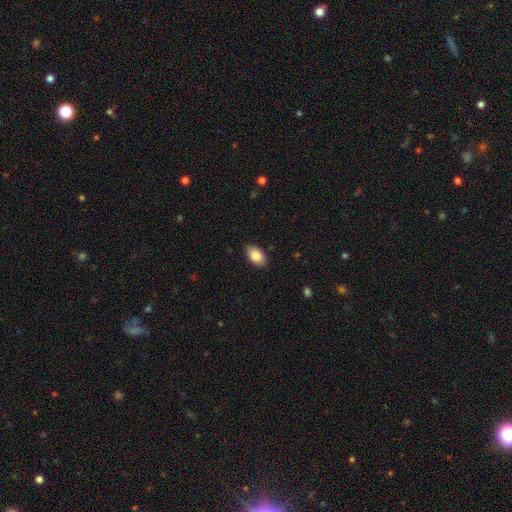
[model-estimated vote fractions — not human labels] Morphology: type=smooth (87%); roundness=in between (93%); merging=none (87%).